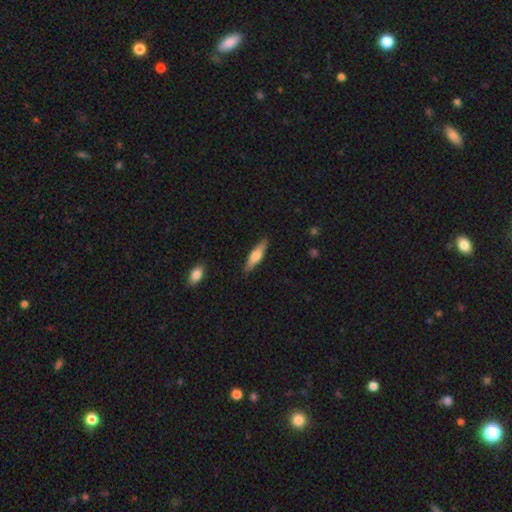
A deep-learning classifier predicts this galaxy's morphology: Smooth or featured?
  - smooth: 54% *
  - featured or disk: 40%
  - star or artifact: 6%
How rounded?
  - cigar-shaped: 75% *
  - in between: 23%
  - round: 2%
Merging?
  - none: 87% *
  - minor disturbance: 10%
  - major disturbance: 2%
  - merger: 1%